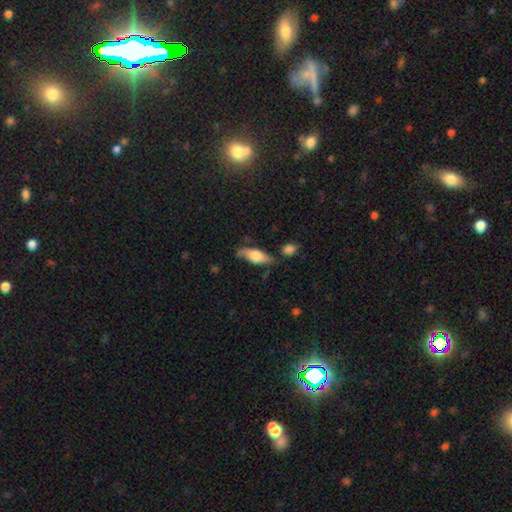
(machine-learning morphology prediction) smooth-or-featured: smooth: 57% | featured or disk: 36% | star or artifact: 6%
  how-rounded: in between: 61% | cigar-shaped: 36% | round: 3%
  merging: none: 69% | minor disturbance: 20% | merger: 5% | major disturbance: 5%